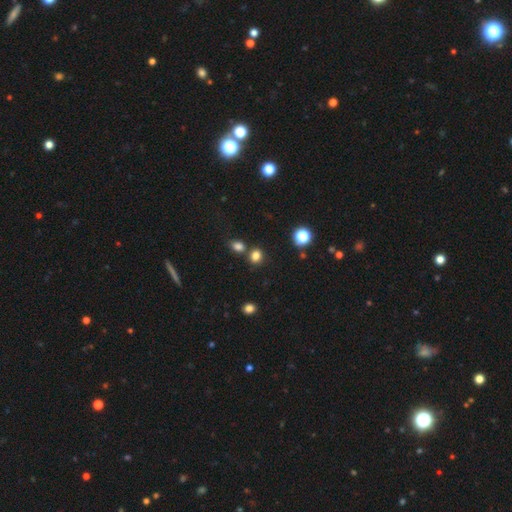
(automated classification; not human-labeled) This appears to be a smooth galaxy with no disk features (79%) that is round (66%). Merging: none (67%).